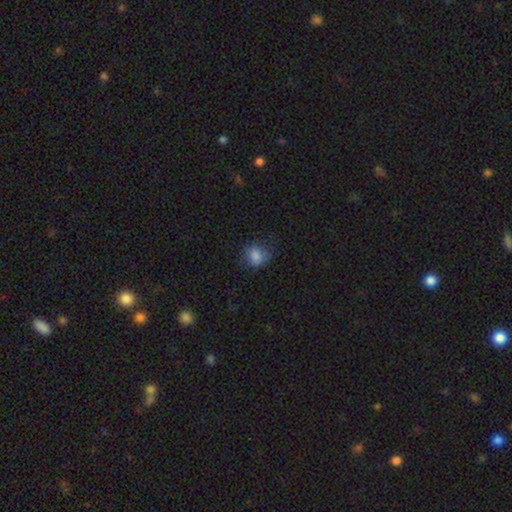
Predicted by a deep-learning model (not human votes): Smooth or featured? smooth (81%)
How rounded? round (60%)
Merging? none (65%)